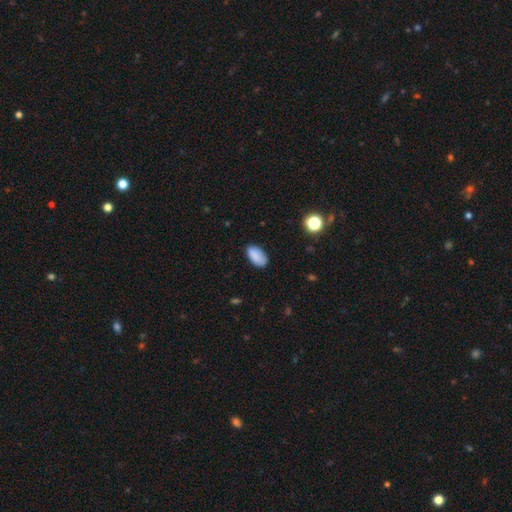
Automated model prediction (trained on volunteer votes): Smooth or featured?
  - smooth: 87% *
  - star or artifact: 8%
  - featured or disk: 5%
How rounded?
  - in between: 94% *
  - round: 4%
  - cigar-shaped: 2%
Merging?
  - none: 79% *
  - minor disturbance: 16%
  - major disturbance: 3%
  - merger: 1%